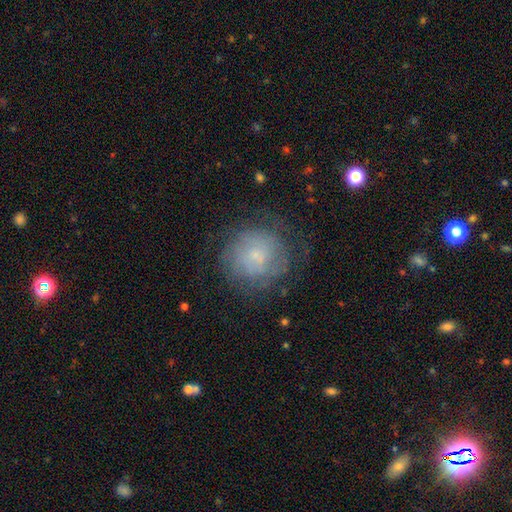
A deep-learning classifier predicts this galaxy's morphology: Smooth or featured?
  - smooth: 49% *
  - featured or disk: 40%
  - star or artifact: 10%
Merging?
  - none: 65% *
  - minor disturbance: 20%
  - major disturbance: 14%
  - merger: 2%